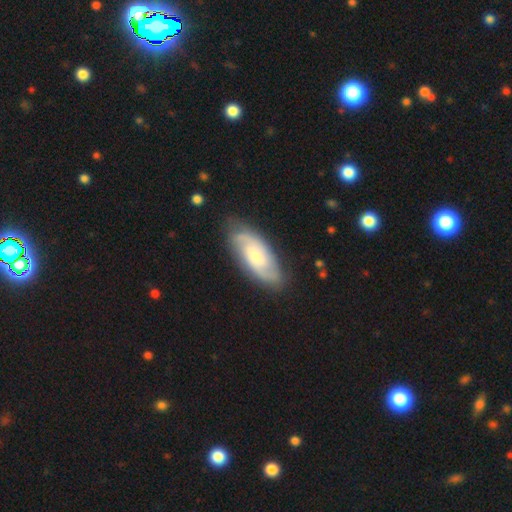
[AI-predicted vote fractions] This appears to be a featured or disk galaxy (71%) with no bar (57%), 2 (73%) medium (44%) spiral arms (93%) and a small central bulge (49%). Merging: none (78%).